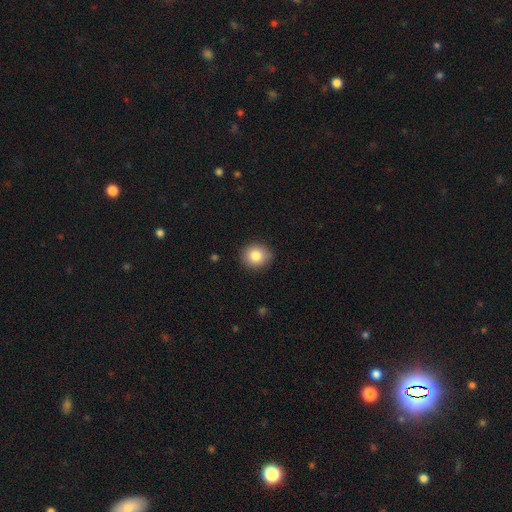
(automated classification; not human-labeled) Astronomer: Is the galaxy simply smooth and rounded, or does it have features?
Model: smooth — 84%.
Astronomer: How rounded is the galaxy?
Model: round — 76%.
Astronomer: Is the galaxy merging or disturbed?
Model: none — 88%.